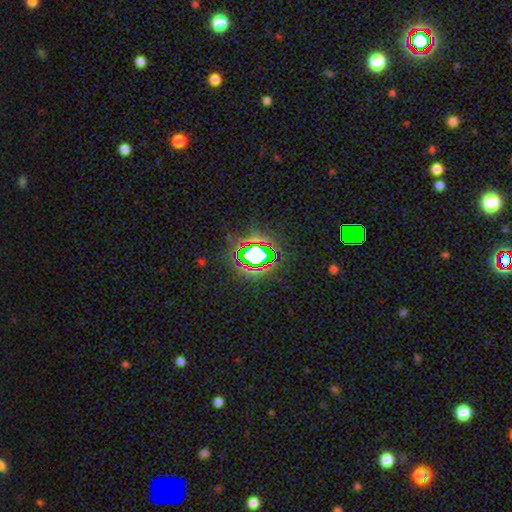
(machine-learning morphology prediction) This is likely a star or artifact rather than a galaxy (70%).